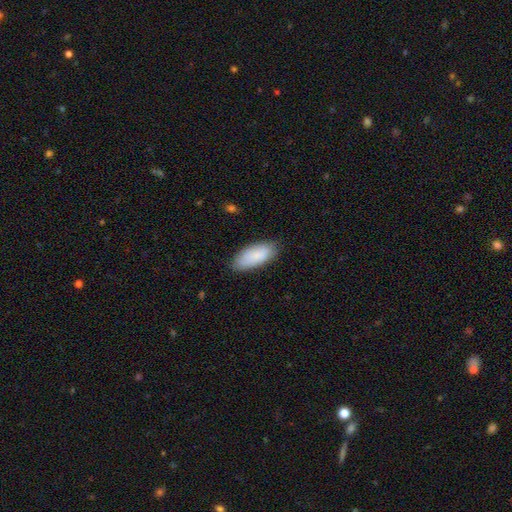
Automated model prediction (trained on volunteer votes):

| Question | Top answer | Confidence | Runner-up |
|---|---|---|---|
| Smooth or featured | smooth | 86% | featured or disk (8%) |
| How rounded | in between | 85% | cigar-shaped (13%) |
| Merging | none | 81% | minor disturbance (15%) |